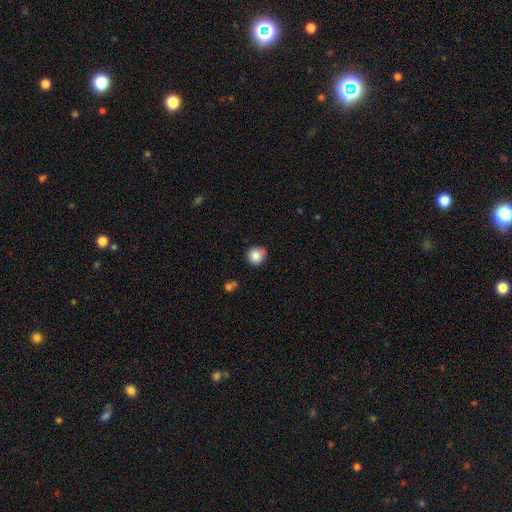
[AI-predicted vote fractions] smooth-or-featured: smooth: 85% | star or artifact: 9% | featured or disk: 6%
  how-rounded: round: 89% | in between: 10% | cigar-shaped: 1%
  merging: none: 77% | minor disturbance: 18% | major disturbance: 3% | merger: 2%